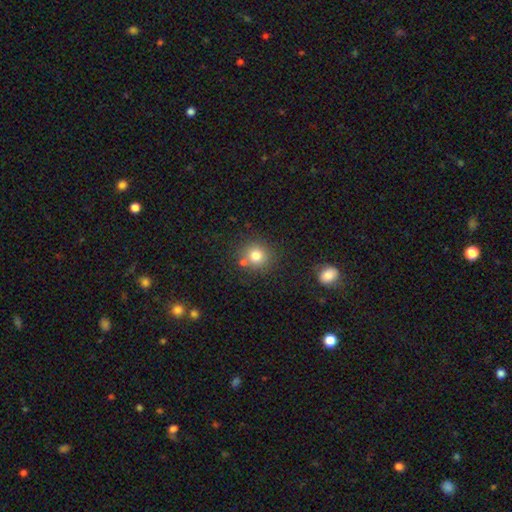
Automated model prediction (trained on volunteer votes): smooth-or-featured: smooth: 79% | star or artifact: 13% | featured or disk: 9%
  how-rounded: round: 88% | in between: 11% | cigar-shaped: 1%
  merging: none: 75% | merger: 12% | minor disturbance: 10% | major disturbance: 3%